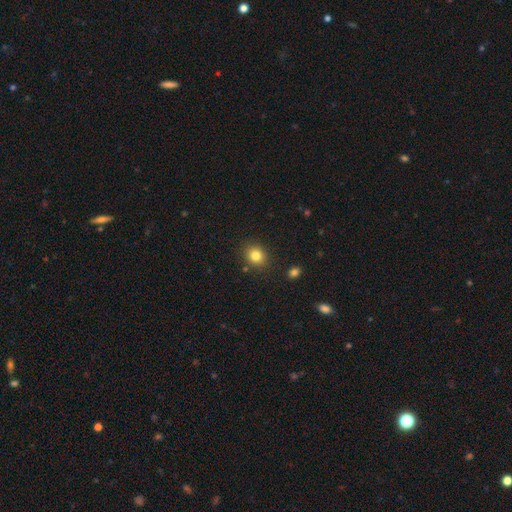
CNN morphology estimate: smooth_or_featured: smooth (p=0.82) [alt: star or artifact p=0.11]
how_rounded: round (p=0.70) [alt: in between p=0.29]
merging: none (p=0.87) [alt: minor disturbance p=0.08]